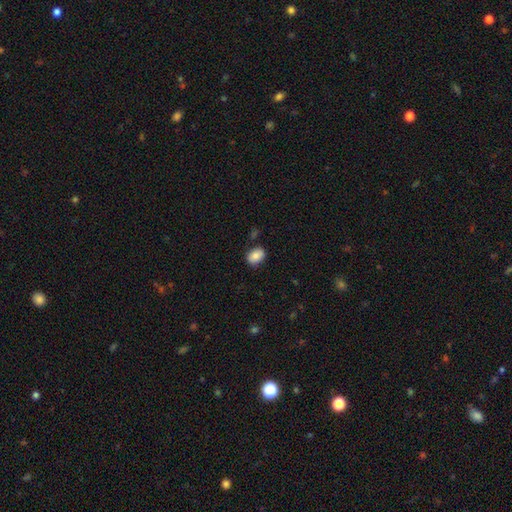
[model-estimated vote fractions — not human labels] Overall: smooth (82%). How rounded: in between (75%). Merging: none (80%).